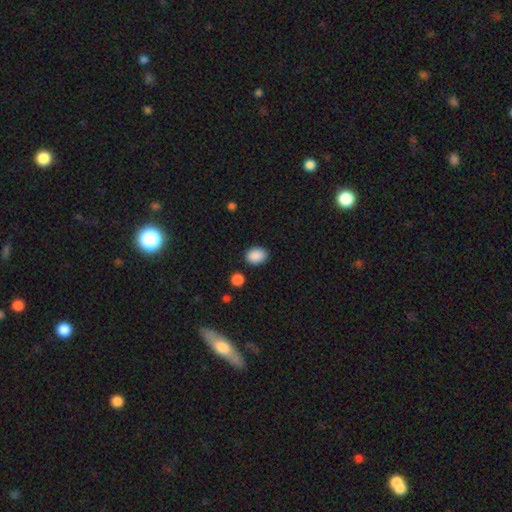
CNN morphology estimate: Overall: smooth (89%). How rounded: in between (71%). Merging: none (83%).